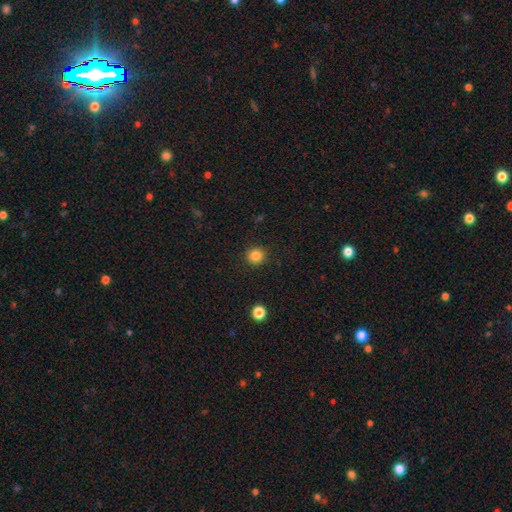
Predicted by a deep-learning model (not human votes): Smooth or featured? smooth (84%)
How rounded? round (94%)
Merging? none (92%)